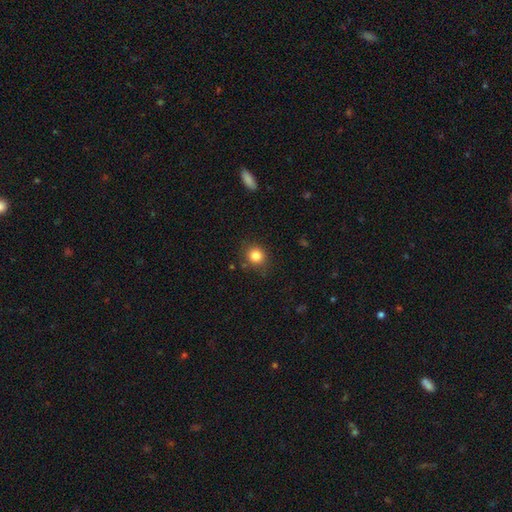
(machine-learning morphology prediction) Overall: smooth (83%). How rounded: round (79%). Merging: none (81%).